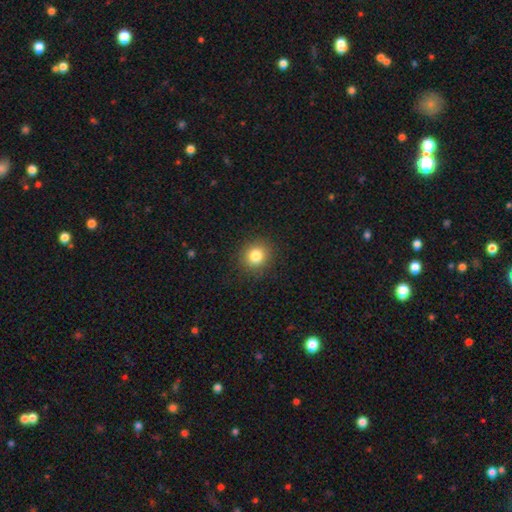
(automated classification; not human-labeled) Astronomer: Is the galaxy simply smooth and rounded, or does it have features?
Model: smooth — 82%.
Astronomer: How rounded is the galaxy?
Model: round — 85%.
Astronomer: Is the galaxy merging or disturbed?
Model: none — 89%.